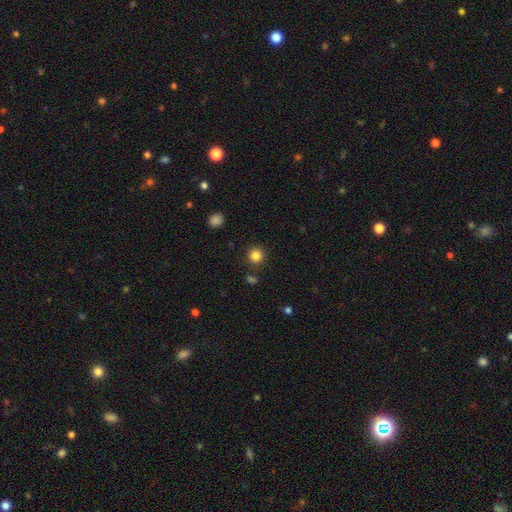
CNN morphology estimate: Smooth or featured?
  - smooth: 84% *
  - star or artifact: 12%
  - featured or disk: 4%
How rounded?
  - round: 93% *
  - in between: 6%
  - cigar-shaped: 1%
Merging?
  - none: 88% *
  - minor disturbance: 6%
  - merger: 3%
  - major disturbance: 2%